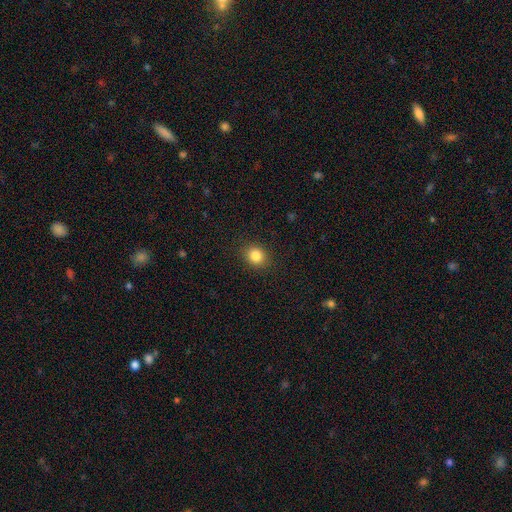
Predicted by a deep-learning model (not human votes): smooth-or-featured: smooth: 84% | star or artifact: 11% | featured or disk: 5%
  how-rounded: round: 69% | in between: 30% | cigar-shaped: 1%
  merging: none: 89% | minor disturbance: 7% | major disturbance: 2% | merger: 1%